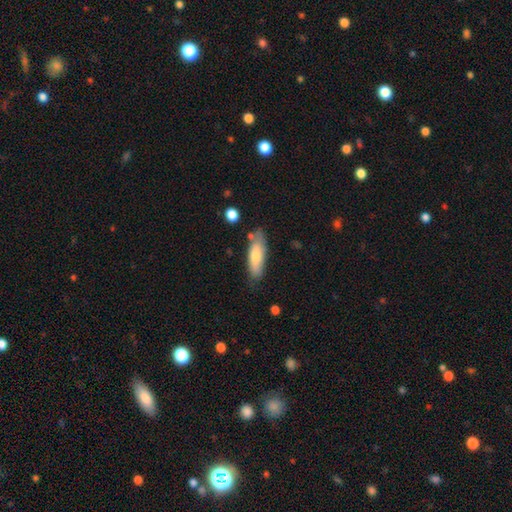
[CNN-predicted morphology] Smooth or featured? Predicted: smooth (p=0.72). How rounded? Predicted: in between (p=0.53). Merging? Predicted: none (p=0.71).